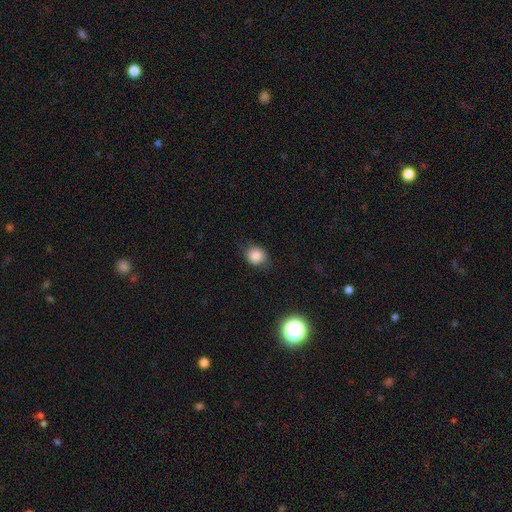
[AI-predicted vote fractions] Smooth or featured? Predicted: smooth (p=0.84). How rounded? Predicted: round (p=0.72). Merging? Predicted: none (p=0.79).